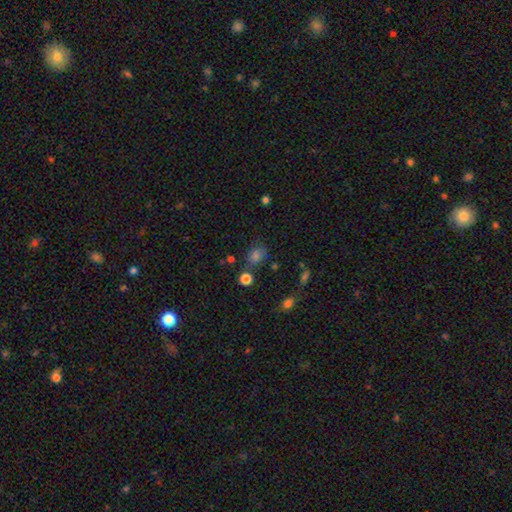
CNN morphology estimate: Smooth or featured: smooth — 73% (star or artifact — 20%)
How rounded: round — 53% (in between — 45%)
Merging: none — 69% (minor disturbance — 17%)